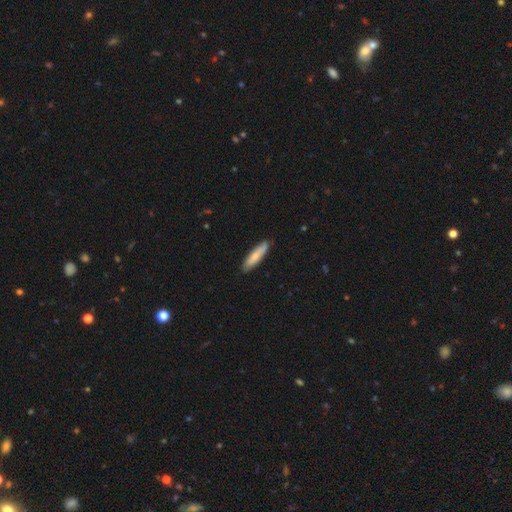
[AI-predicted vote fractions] A smooth galaxy with no disk features (73%) that is cigar-shaped (77%). Merging: none (85%).